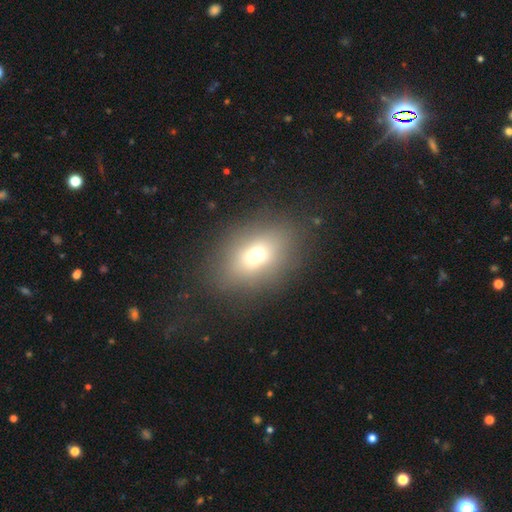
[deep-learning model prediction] The model was most divided on "how rounded": in between: 65%, round: 33%, cigar-shaped: 2%. More confident: merging — none (82%); smooth or featured — smooth (68%).